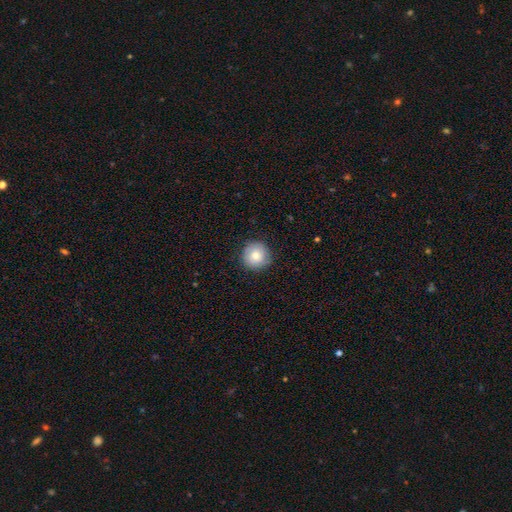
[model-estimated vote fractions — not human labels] smooth_or_featured: smooth (p=0.78) [alt: featured or disk p=0.14]
how_rounded: round (p=0.94) [alt: in between p=0.05]
merging: none (p=0.86) [alt: minor disturbance p=0.10]